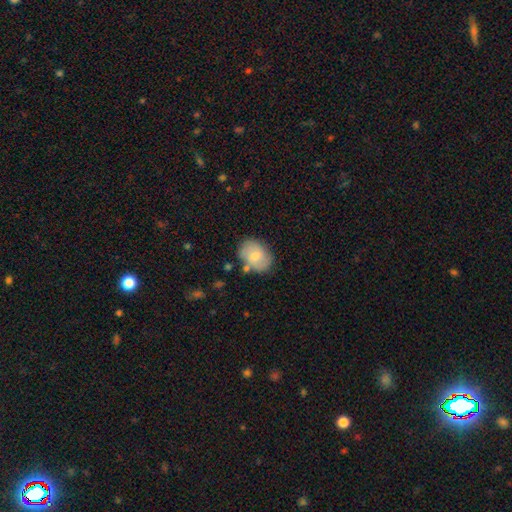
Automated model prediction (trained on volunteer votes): Morphology: type=smooth (66%); roundness=in between (70%); merging=none (73%).